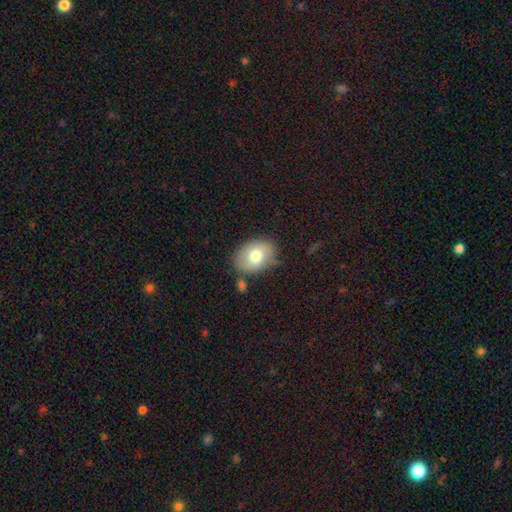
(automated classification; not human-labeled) Smooth or featured? Predicted: smooth (p=0.73). How rounded? Predicted: in between (p=0.70). Merging? Predicted: none (p=0.70).